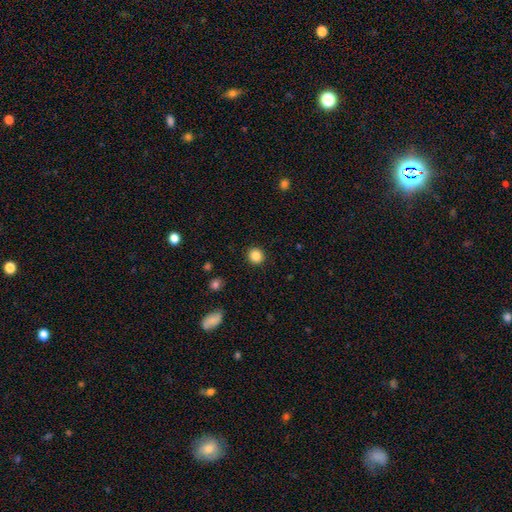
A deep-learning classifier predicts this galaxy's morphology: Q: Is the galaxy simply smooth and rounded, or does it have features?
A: smooth — 85%.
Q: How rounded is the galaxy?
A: round — 88%.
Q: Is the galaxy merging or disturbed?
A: none — 92%.